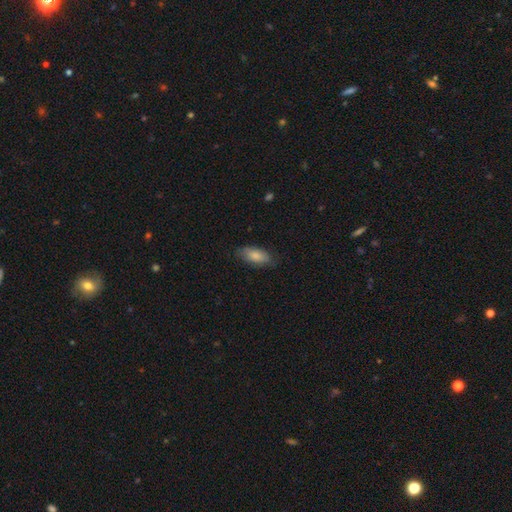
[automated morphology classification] Smooth or featured? smooth (83%)
How rounded? in between (86%)
Merging? none (78%)